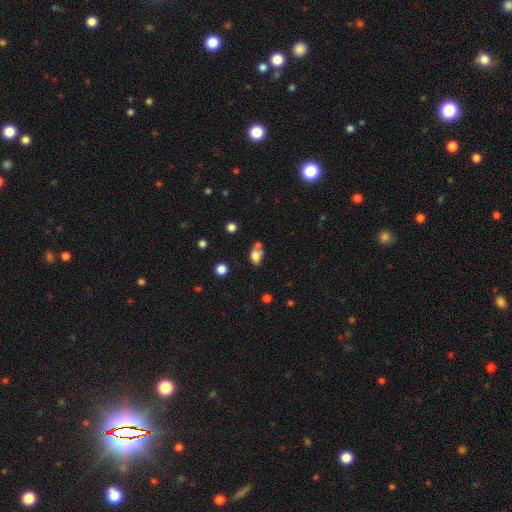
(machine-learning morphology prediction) Q: Smooth or featured?
A: smooth (75%); runner-up: featured or disk (13%)
Q: How rounded?
A: in between (78%); runner-up: round (20%)
Q: Merging?
A: none (40%); runner-up: merger (37%)